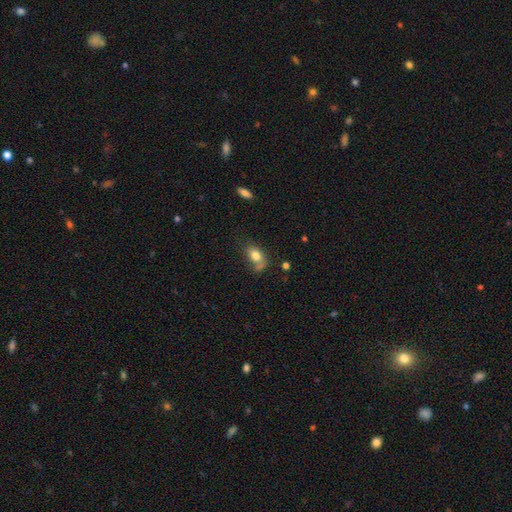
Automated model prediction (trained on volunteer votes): Smooth or featured?
  - smooth: 78% *
  - featured or disk: 13%
  - star or artifact: 9%
How rounded?
  - in between: 84% *
  - round: 13%
  - cigar-shaped: 3%
Merging?
  - none: 50% *
  - minor disturbance: 24%
  - merger: 13%
  - major disturbance: 12%